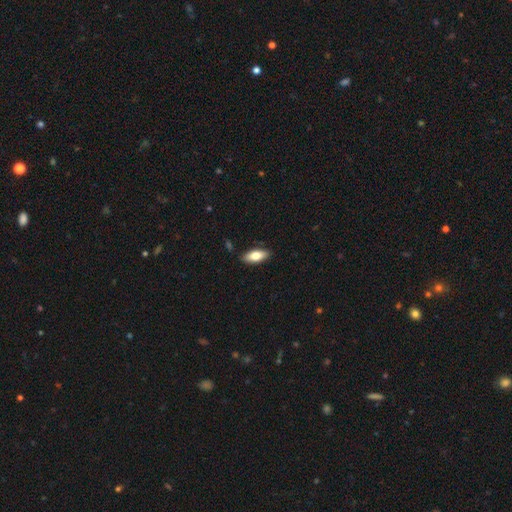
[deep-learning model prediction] smooth-or-featured: smooth: 76% | featured or disk: 18% | star or artifact: 6%
  how-rounded: in between: 83% | cigar-shaped: 15% | round: 2%
  merging: none: 87% | minor disturbance: 10% | major disturbance: 2% | merger: 1%